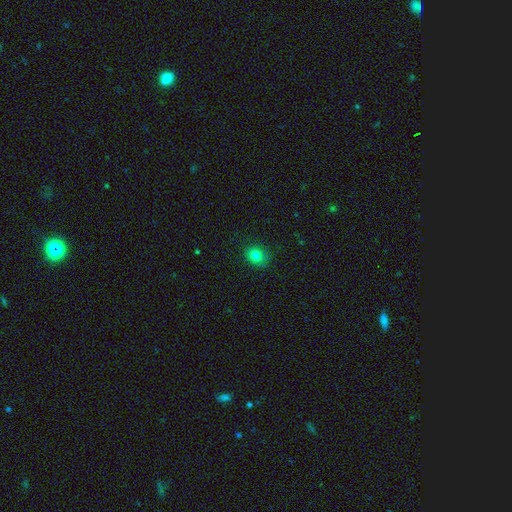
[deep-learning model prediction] This is clearly a smooth galaxy (80%). How rounded: likely round (69%). Merging: clearly none (86%).